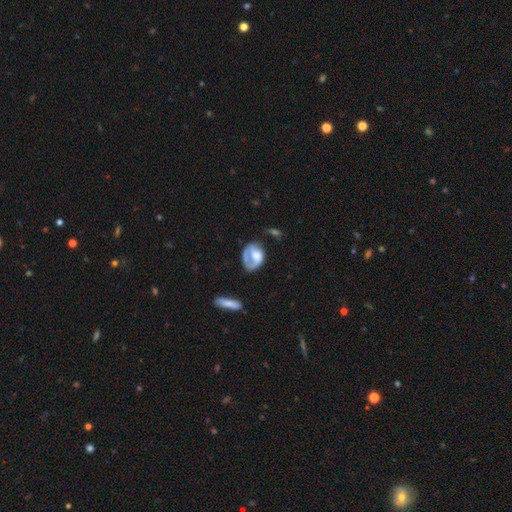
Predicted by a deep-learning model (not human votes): Morphology: type=featured or disk (50%); merging=major disturbance (35%).